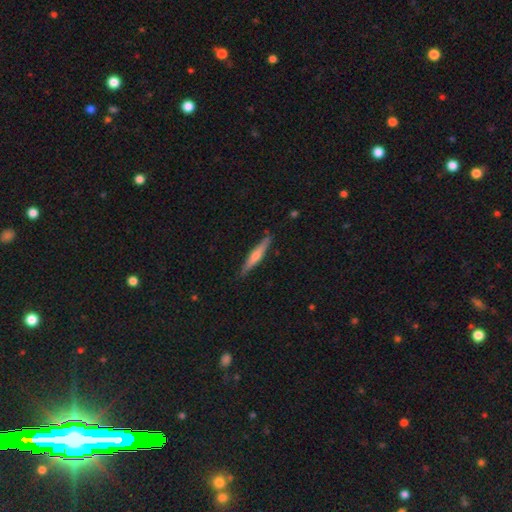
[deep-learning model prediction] Q: Smooth or featured?
A: featured or disk (61%); runner-up: smooth (33%)
Q: Edge-on disk?
A: yes (97%); runner-up: no (3%)
Q: Edge-on bulge?
A: rounded (81%); runner-up: none (12%)
Q: Merging?
A: none (89%); runner-up: minor disturbance (8%)